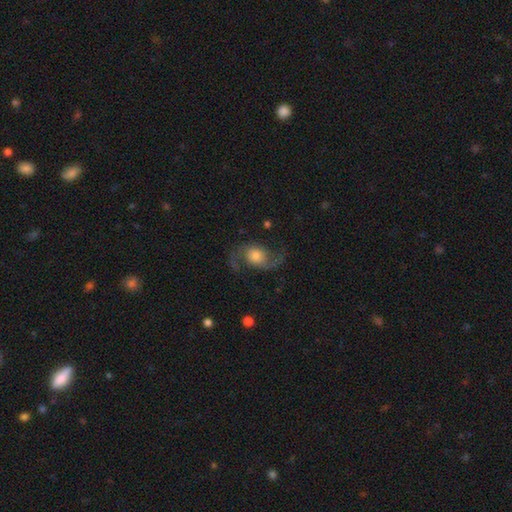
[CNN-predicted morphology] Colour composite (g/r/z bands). It shows a featured or disk galaxy (79%) with no bar (72%), 2 (93%) loose (64%) spiral arms (96%) and a moderate central bulge (42%). Merging: none (71%).